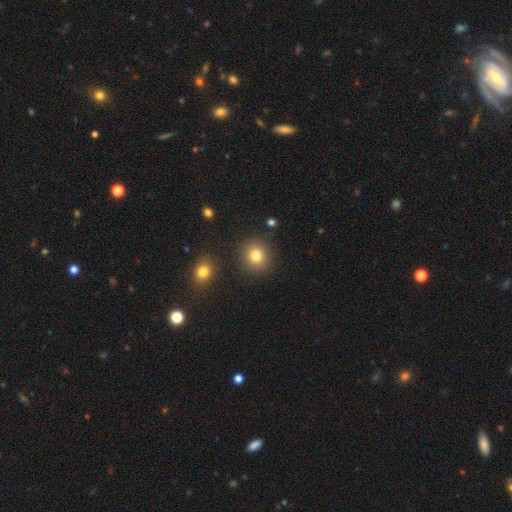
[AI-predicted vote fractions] Smooth or featured? smooth (81%)
How rounded? round (87%)
Merging? none (87%)